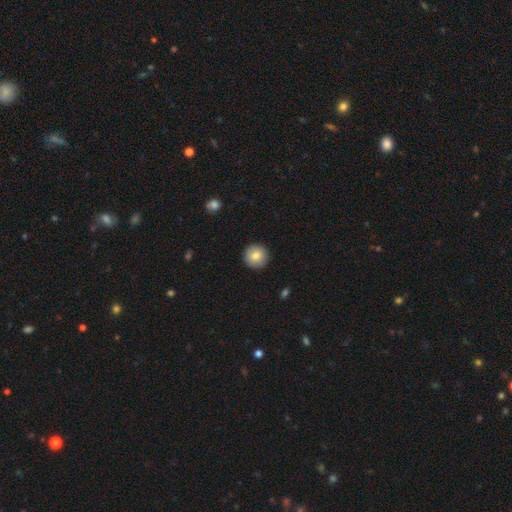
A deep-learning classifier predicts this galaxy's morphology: Smooth or featured? smooth (82%)
How rounded? round (95%)
Merging? none (92%)